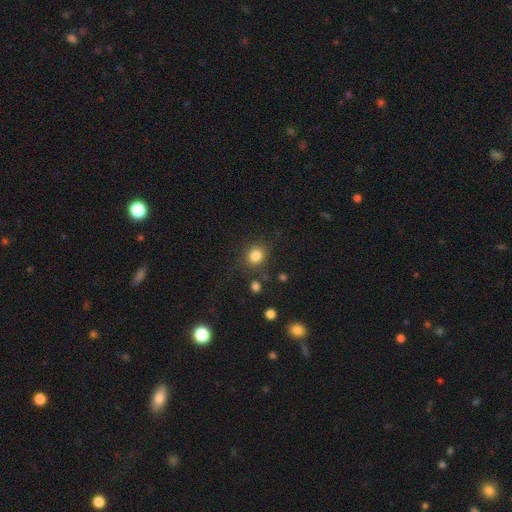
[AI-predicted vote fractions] smooth 83%, star or artifact 12%, featured or disk 6%. Down the decision tree: how rounded — round (77%); merging — none (81%).